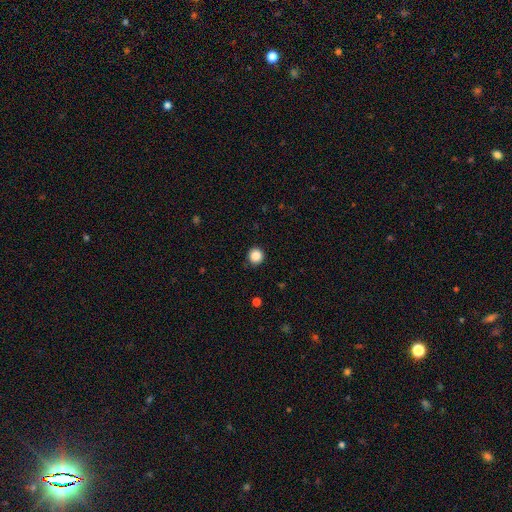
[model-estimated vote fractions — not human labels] Overall: smooth (87%). How rounded: round (94%). Merging: none (91%).